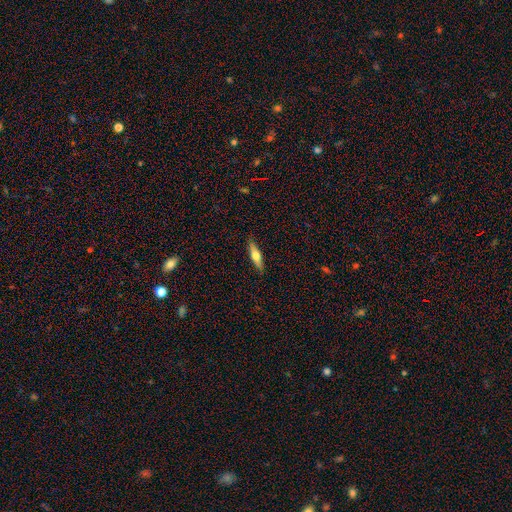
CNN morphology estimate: smooth-or-featured: smooth: 52% | featured or disk: 42% | star or artifact: 6%
  how-rounded: cigar-shaped: 70% | in between: 28% | round: 2%
  merging: none: 88% | minor disturbance: 9% | major disturbance: 2% | merger: 1%